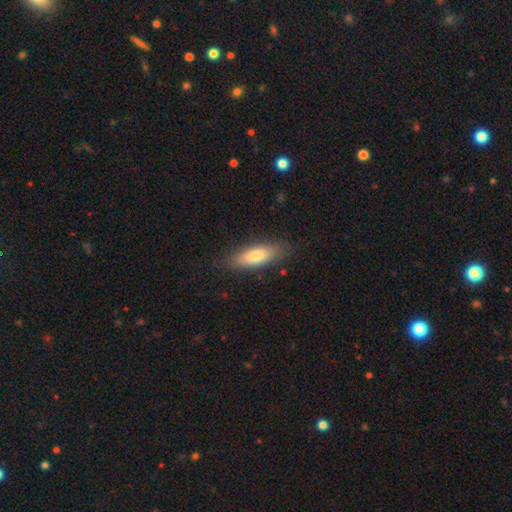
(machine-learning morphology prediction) Overall: smooth (75%). How rounded: in between (59%; cigar-shaped 38%). Merging: none (82%).